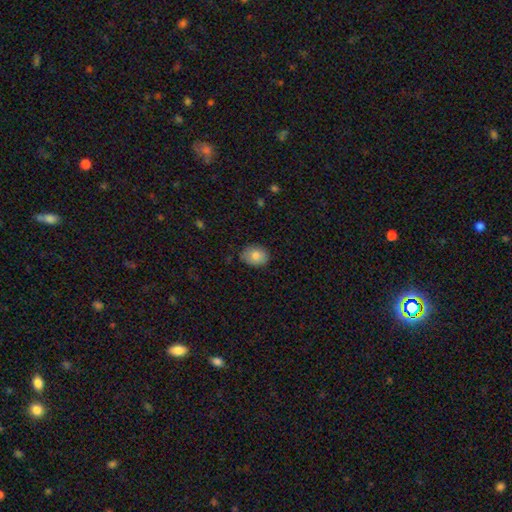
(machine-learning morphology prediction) A smooth galaxy with no disk features (81%) that is in between round and cigar-shaped (64%). Merging: none (80%).